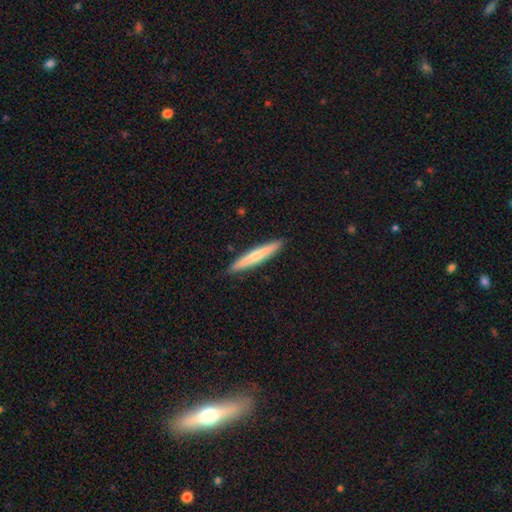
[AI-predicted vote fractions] Overall: smooth (62%; featured or disk 33%). How rounded: cigar-shaped (95%). Merging: none (91%).